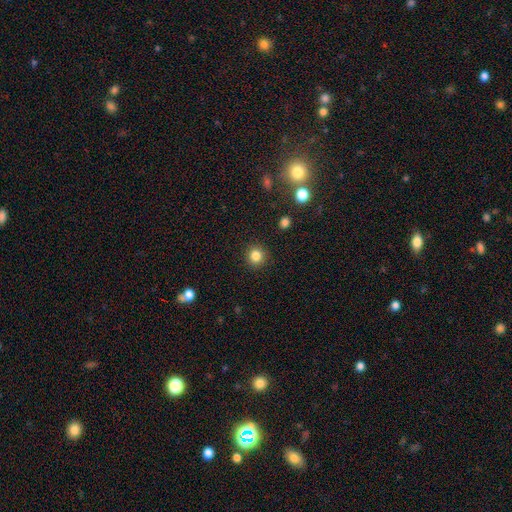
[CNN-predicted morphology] type=smooth (84%); roundness=round (91%); merging=none (91%).